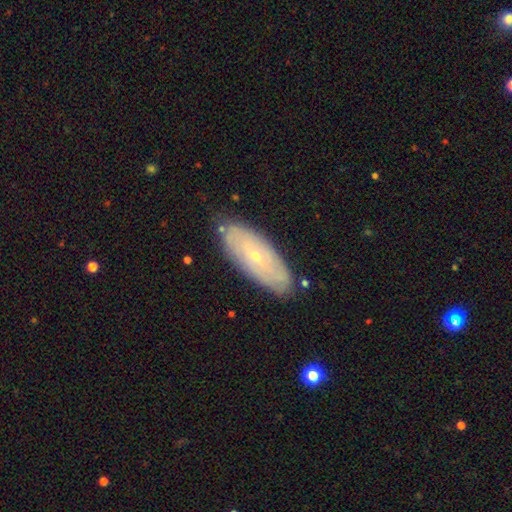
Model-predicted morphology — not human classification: A featured or disk galaxy (56%). Merging: none (81%).